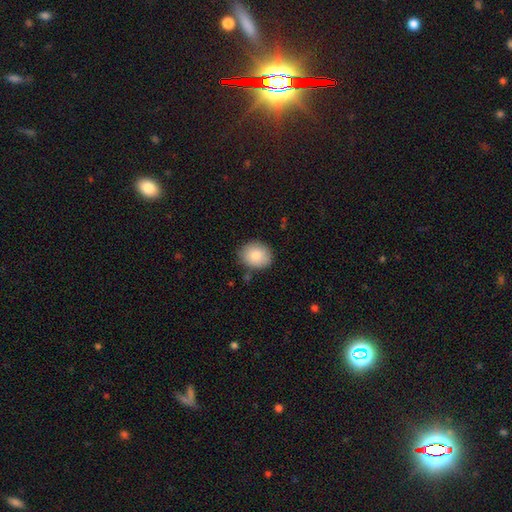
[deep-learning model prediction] Smooth or featured? smooth (85%)
How rounded? round (58%)
Merging? none (81%)